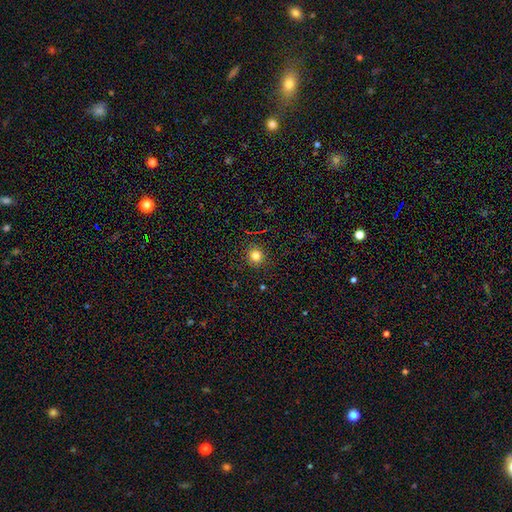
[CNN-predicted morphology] Q: Smooth or featured?
A: smooth (81%); runner-up: star or artifact (13%)
Q: How rounded?
A: round (88%); runner-up: in between (11%)
Q: Merging?
A: none (90%); runner-up: minor disturbance (7%)